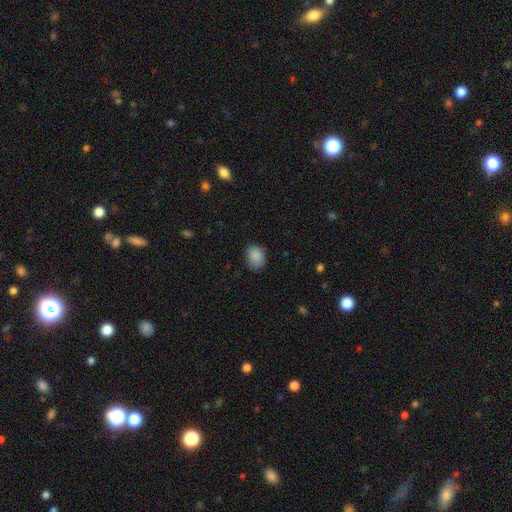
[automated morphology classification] smooth 88%, star or artifact 8%, featured or disk 4%. Down the decision tree: how rounded — in between (53%); merging — none (77%).